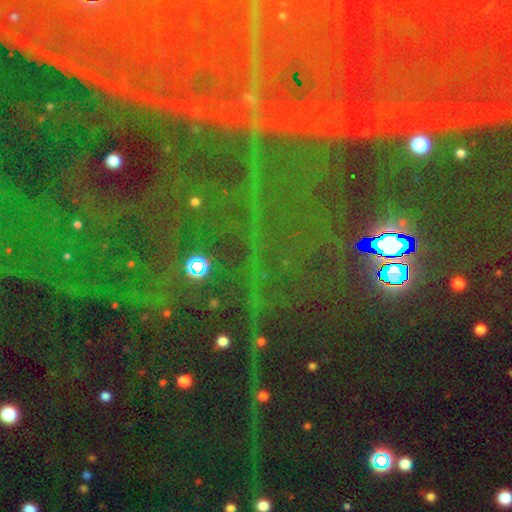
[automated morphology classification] Smooth or featured: star or artifact — 86% (featured or disk — 7%)